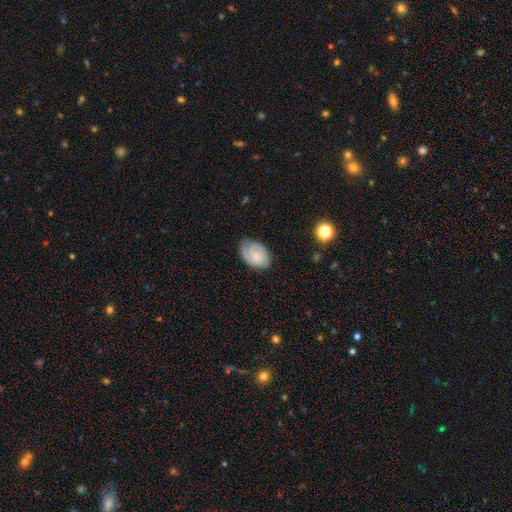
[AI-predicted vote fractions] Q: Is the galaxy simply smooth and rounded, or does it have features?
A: featured or disk — 57%.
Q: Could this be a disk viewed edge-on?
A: no — 97%.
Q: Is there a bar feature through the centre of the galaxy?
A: no — 67%.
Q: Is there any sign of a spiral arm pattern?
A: yes — 87%.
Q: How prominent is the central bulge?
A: small — 69%.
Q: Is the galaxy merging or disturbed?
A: none — 68%.